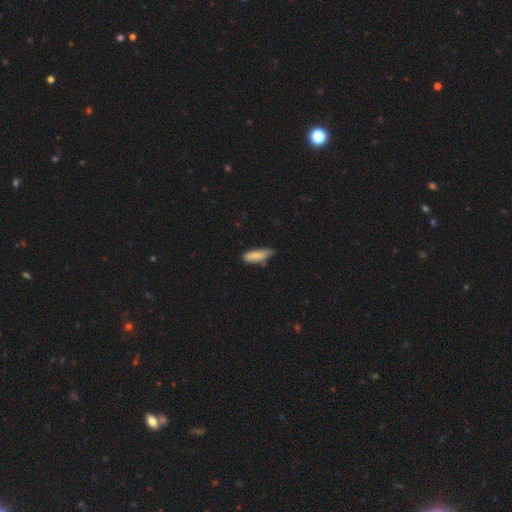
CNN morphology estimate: Q: Smooth or featured?
A: smooth (83%); runner-up: featured or disk (10%)
Q: How rounded?
A: cigar-shaped (50%); runner-up: in between (48%)
Q: Merging?
A: none (49%); runner-up: minor disturbance (39%)